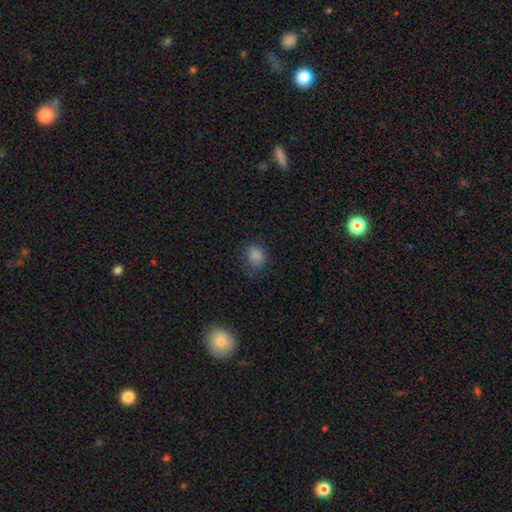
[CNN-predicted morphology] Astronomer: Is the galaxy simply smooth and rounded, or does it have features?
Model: smooth — 84%.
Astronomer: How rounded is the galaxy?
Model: round — 57% (runner-up: in between, 42%).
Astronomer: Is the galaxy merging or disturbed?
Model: none — 72%.